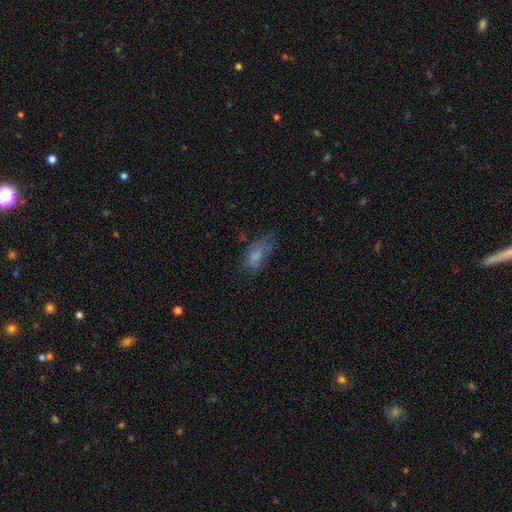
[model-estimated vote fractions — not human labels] Smooth or featured: smooth — 67% (featured or disk — 22%)
How rounded: in between — 84% (cigar-shaped — 12%)
Merging: none — 46% (minor disturbance — 29%)